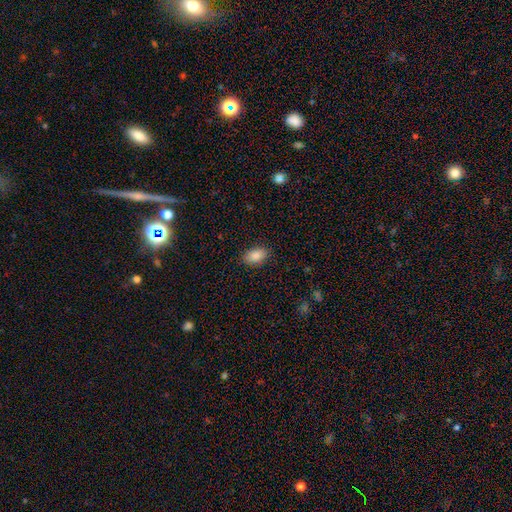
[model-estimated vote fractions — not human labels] Smooth or featured?
  - smooth: 88% *
  - star or artifact: 8%
  - featured or disk: 5%
How rounded?
  - in between: 91% *
  - round: 7%
  - cigar-shaped: 2%
Merging?
  - none: 87% *
  - minor disturbance: 9%
  - major disturbance: 2%
  - merger: 1%